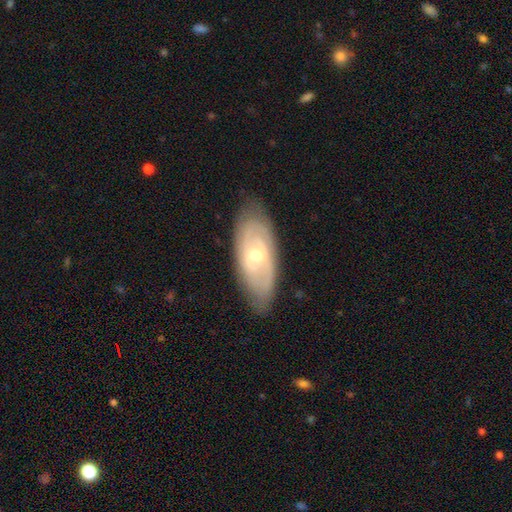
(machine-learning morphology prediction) Smooth or featured? Predicted: featured or disk (p=0.72). Edge-on disk? Predicted: no (p=0.88). Bar? Predicted: no (p=0.59). Spiral arms? Predicted: yes (p=0.80). Spiral winding? Predicted: tight (p=0.64). Spiral arm count? Predicted: can't tell (p=0.45). Bulge size? Predicted: moderate (p=0.54). Merging? Predicted: none (p=0.80).